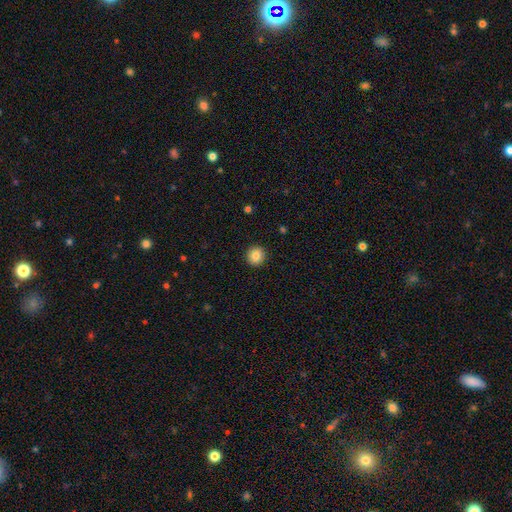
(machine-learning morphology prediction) smooth 85%, star or artifact 9%, featured or disk 6%. Down the decision tree: how rounded — round (92%); merging — none (92%).